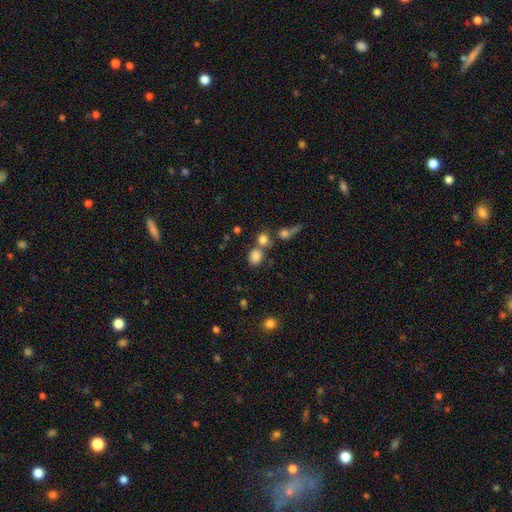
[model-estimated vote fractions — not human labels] Smooth or featured? smooth (80%)
How rounded? round (57%)
Merging? none (53%)